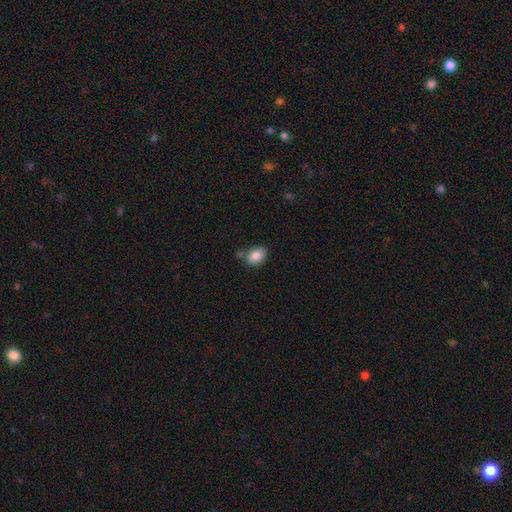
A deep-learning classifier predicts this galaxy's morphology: This is clearly a smooth galaxy (87%). How rounded: clearly in between (81%). Merging: likely none (71%).